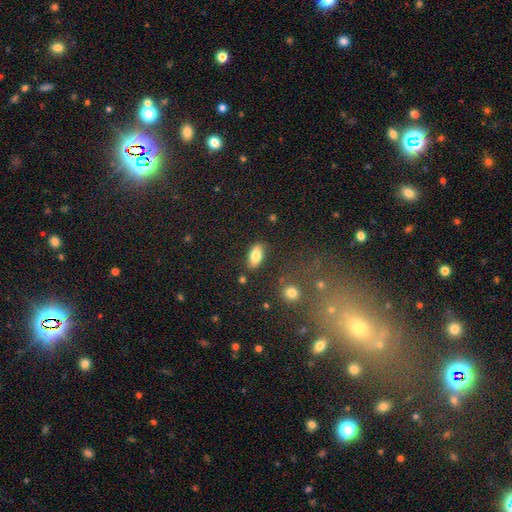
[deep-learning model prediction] Smooth or featured? Predicted: smooth (p=0.78). How rounded? Predicted: in between (p=0.89). Merging? Predicted: none (p=0.85).